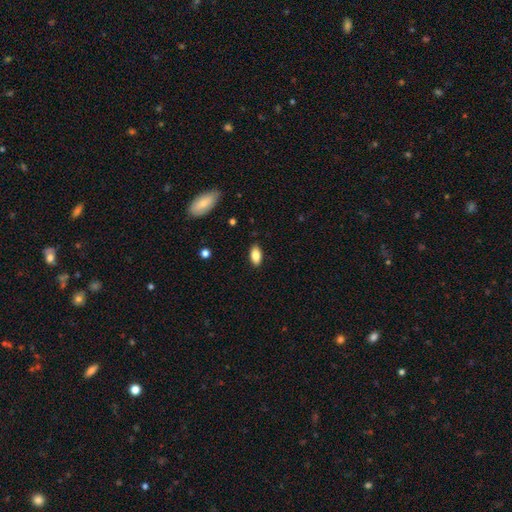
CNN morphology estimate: Smooth or featured?
  - smooth: 85% *
  - featured or disk: 8%
  - star or artifact: 7%
How rounded?
  - in between: 91% *
  - cigar-shaped: 5%
  - round: 4%
Merging?
  - none: 88% *
  - minor disturbance: 9%
  - major disturbance: 2%
  - merger: 1%